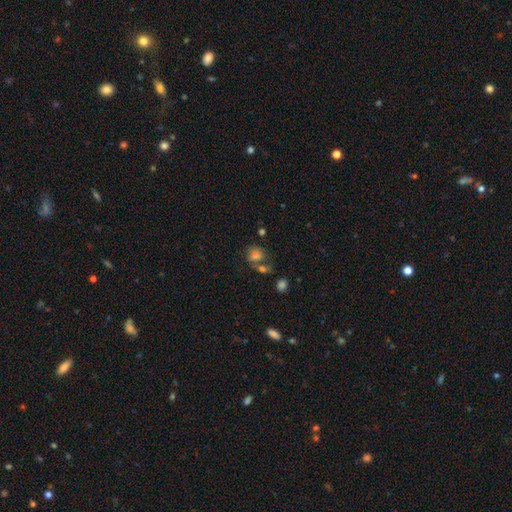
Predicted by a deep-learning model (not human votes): This appears to be a smooth galaxy with no disk features (66%) that is round (65%). Merging: none (48%).